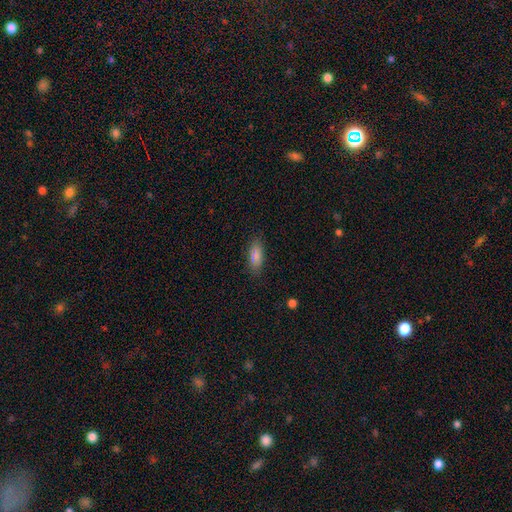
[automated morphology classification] This is clearly a smooth galaxy (82%). How rounded: clearly in between (80%). Merging: clearly none (82%).